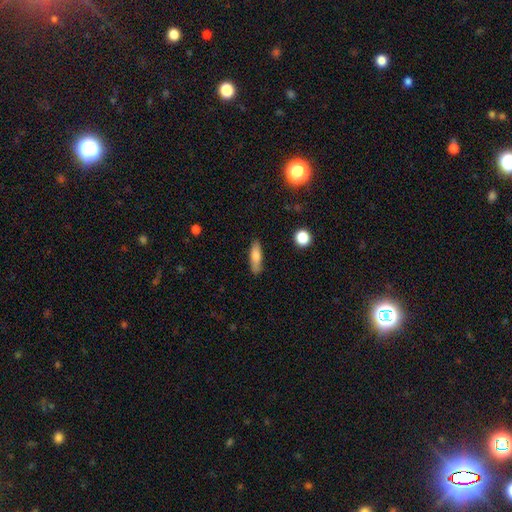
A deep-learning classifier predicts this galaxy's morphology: smooth-or-featured: smooth: 75% | featured or disk: 18% | star or artifact: 7%
  how-rounded: cigar-shaped: 61% | in between: 36% | round: 3%
  merging: none: 83% | minor disturbance: 12% | major disturbance: 3% | merger: 2%